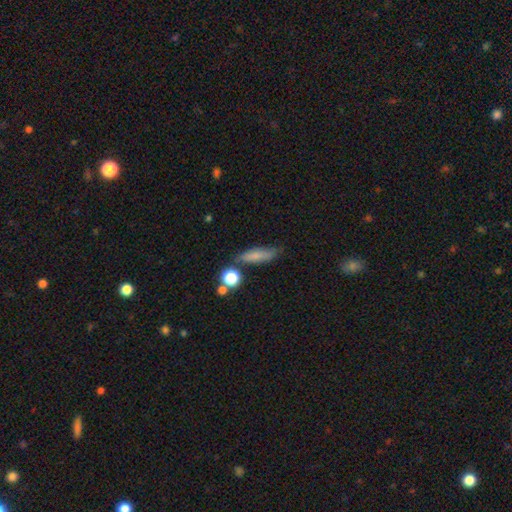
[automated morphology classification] Smooth or featured? Predicted: smooth (p=0.74). How rounded? Predicted: cigar-shaped (p=0.59). Merging? Predicted: none (p=0.69).